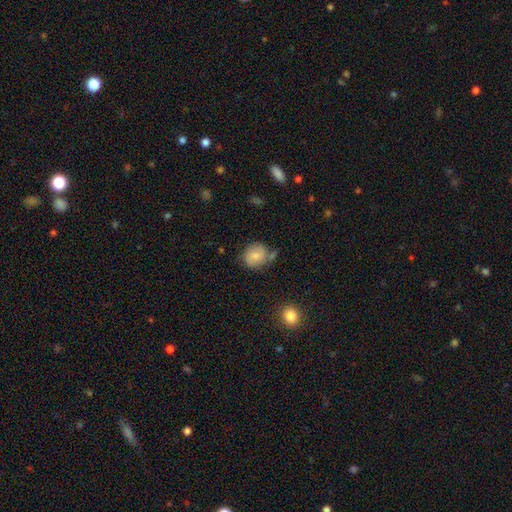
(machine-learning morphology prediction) Smooth or featured?
  - smooth: 72% *
  - featured or disk: 20%
  - star or artifact: 8%
How rounded?
  - round: 71% *
  - in between: 28%
  - cigar-shaped: 1%
Merging?
  - none: 55% *
  - minor disturbance: 25%
  - merger: 11%
  - major disturbance: 9%